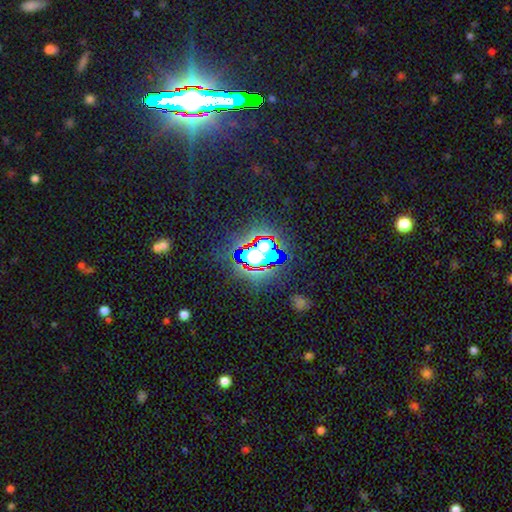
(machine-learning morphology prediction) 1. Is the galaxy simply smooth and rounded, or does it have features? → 69% star or artifact, 20% smooth, 11% featured or disk.